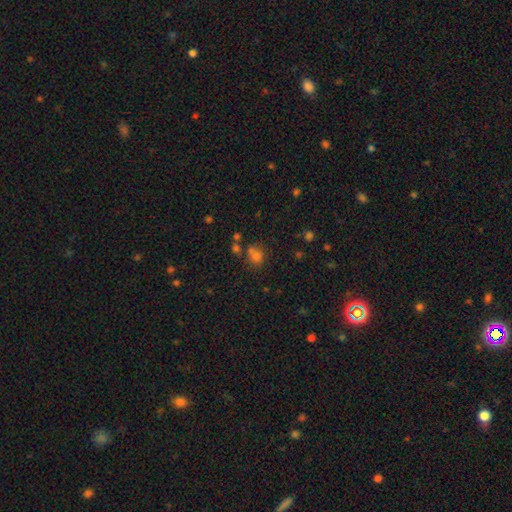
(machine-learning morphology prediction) smooth_or_featured: smooth (p=0.64) [alt: star or artifact p=0.25]
how_rounded: round (p=0.78) [alt: in between p=0.21]
merging: none (p=0.58) [alt: merger p=0.26]